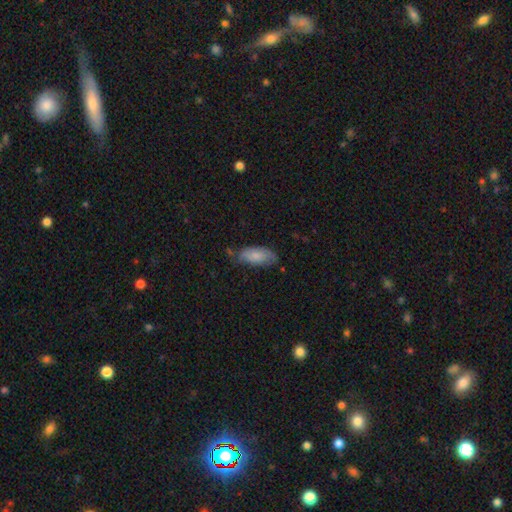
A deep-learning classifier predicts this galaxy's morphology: Smooth or featured: smooth — 77% (featured or disk — 17%)
How rounded: in between — 87% (cigar-shaped — 11%)
Merging: none — 58% (minor disturbance — 32%)